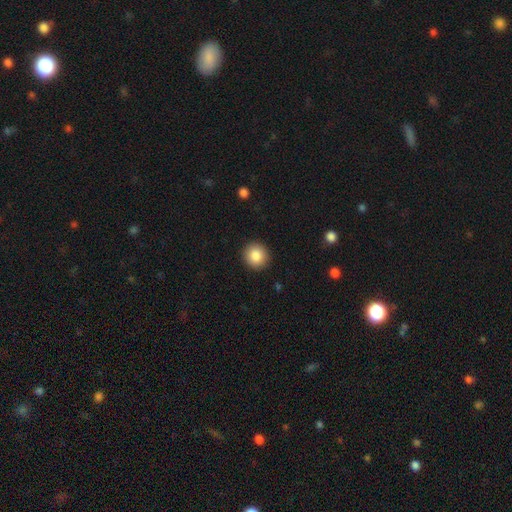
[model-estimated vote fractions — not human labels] smooth-or-featured: smooth: 86% | star or artifact: 8% | featured or disk: 6%
  how-rounded: round: 92% | in between: 7% | cigar-shaped: 1%
  merging: none: 92% | minor disturbance: 5% | major disturbance: 2% | merger: 1%